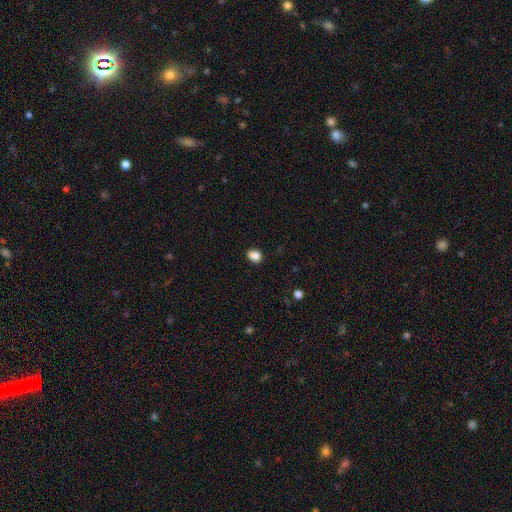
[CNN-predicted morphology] This is clearly a smooth galaxy (85%). How rounded: likely in between (60%). Merging: likely none (75%).